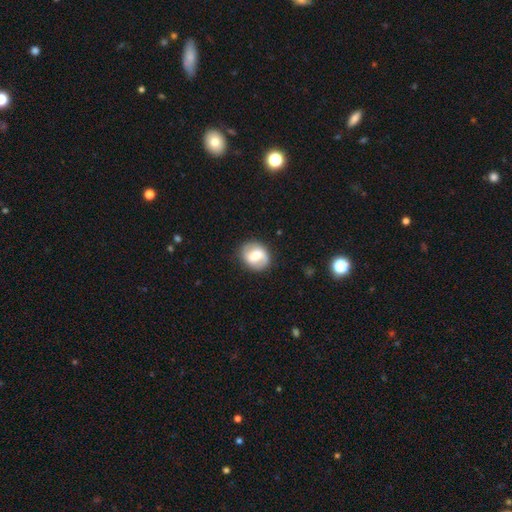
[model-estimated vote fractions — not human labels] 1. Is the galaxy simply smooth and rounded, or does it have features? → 47% featured or disk, 46% smooth, 7% star or artifact.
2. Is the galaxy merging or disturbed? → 80% none, 14% minor disturbance, 5% major disturbance, 1% merger.